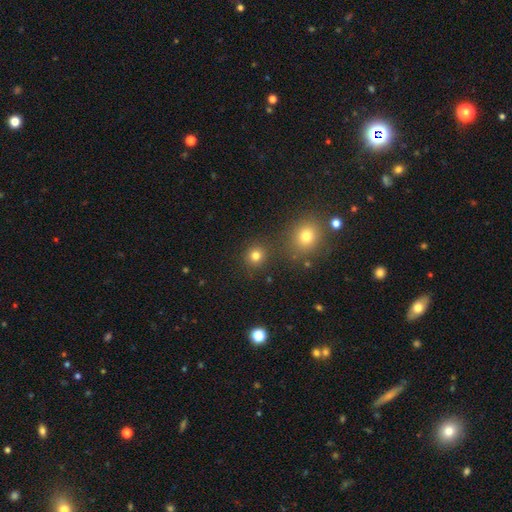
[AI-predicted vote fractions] This is likely a smooth galaxy (79%). How rounded: clearly round (89%). Merging: clearly none (83%).